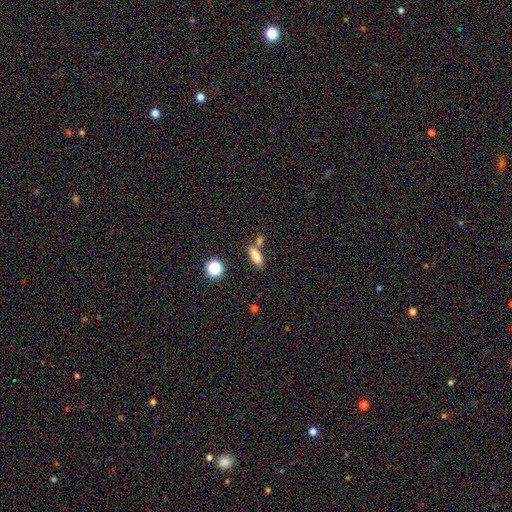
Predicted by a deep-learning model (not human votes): Smooth or featured? Predicted: smooth (p=0.78). How rounded? Predicted: in between (p=0.68). Merging? Predicted: none (p=0.61).